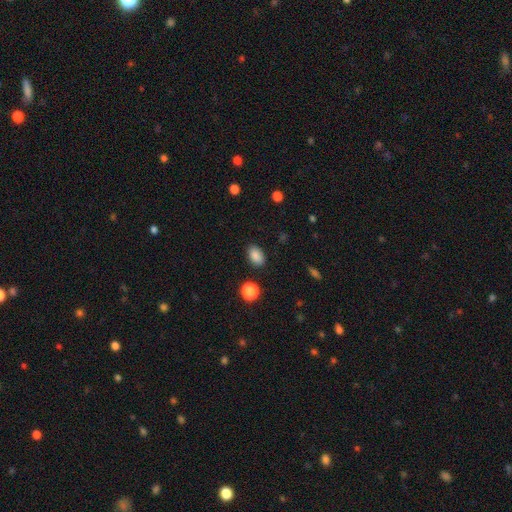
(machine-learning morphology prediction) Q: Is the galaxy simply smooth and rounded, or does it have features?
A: smooth — 87%.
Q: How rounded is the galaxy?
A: in between — 84%.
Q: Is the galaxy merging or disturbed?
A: none — 87%.